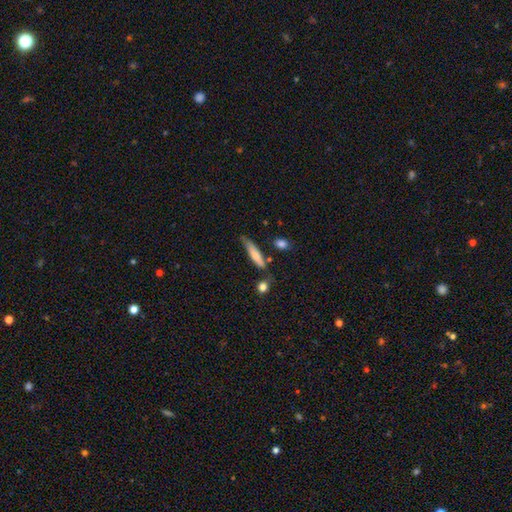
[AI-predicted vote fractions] Smooth or featured?
  - smooth: 70% *
  - featured or disk: 24%
  - star or artifact: 6%
How rounded?
  - cigar-shaped: 82% *
  - in between: 16%
  - round: 2%
Merging?
  - none: 61% *
  - minor disturbance: 25%
  - merger: 8%
  - major disturbance: 6%